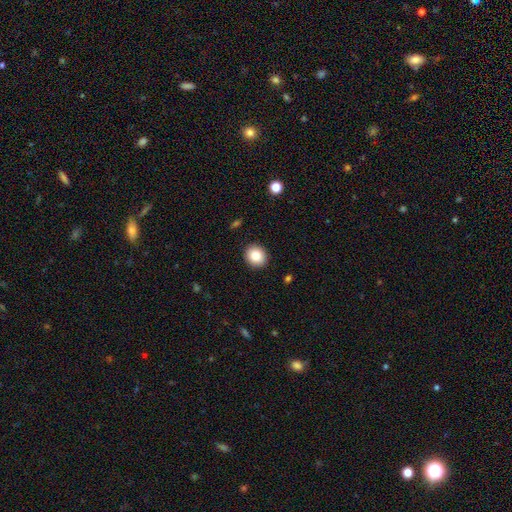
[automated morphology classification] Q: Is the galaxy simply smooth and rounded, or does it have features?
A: smooth — 85%.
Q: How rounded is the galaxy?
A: round — 77%.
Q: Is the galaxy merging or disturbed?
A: none — 91%.